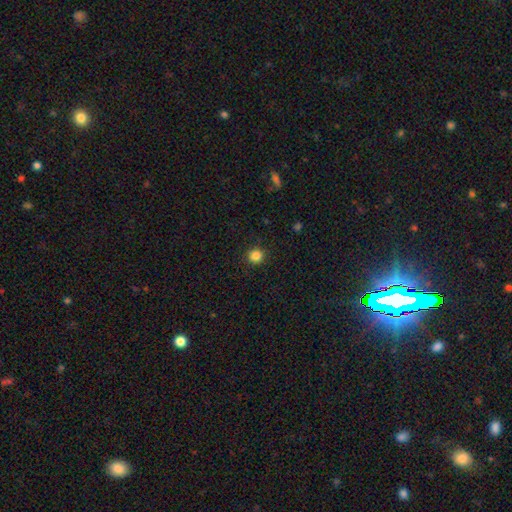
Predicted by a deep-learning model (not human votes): smooth 85%, star or artifact 12%, featured or disk 4%. Down the decision tree: how rounded — round (93%); merging — none (92%).